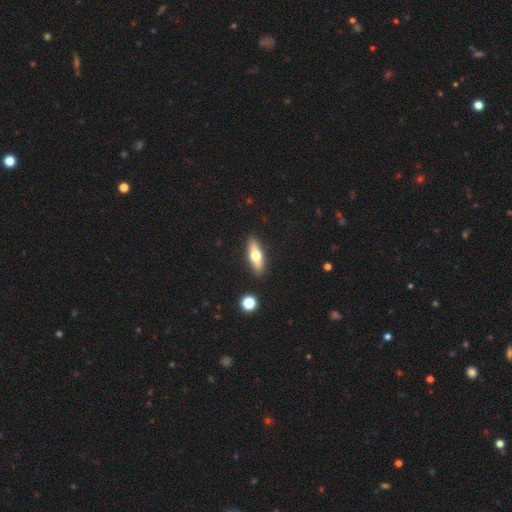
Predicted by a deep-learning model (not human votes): A smooth galaxy with no disk features (58%) that is in between round and cigar-shaped (52%). Merging: none (88%).